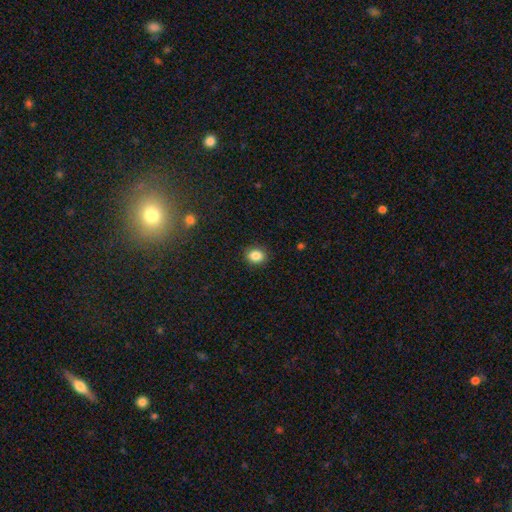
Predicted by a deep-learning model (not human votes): Q: Smooth or featured?
A: smooth (85%); runner-up: star or artifact (10%)
Q: How rounded?
A: round (59%); runner-up: in between (40%)
Q: Merging?
A: none (90%); runner-up: minor disturbance (7%)